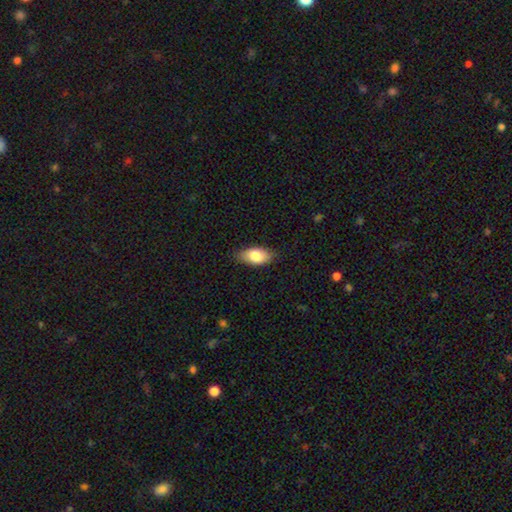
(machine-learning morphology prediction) smooth-or-featured: smooth: 82% | featured or disk: 12% | star or artifact: 6%
  how-rounded: in between: 91% | cigar-shaped: 5% | round: 4%
  merging: none: 81% | minor disturbance: 16% | major disturbance: 3% | merger: 1%